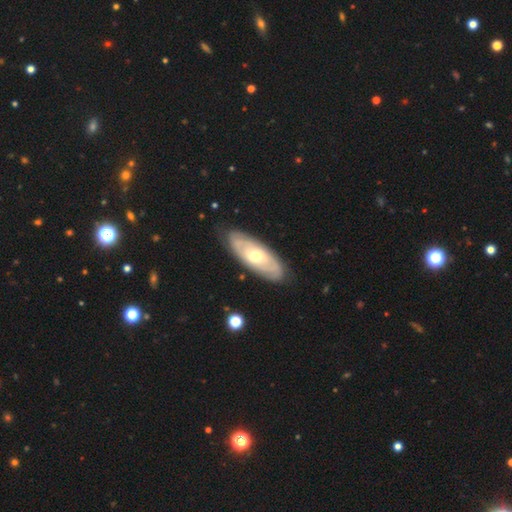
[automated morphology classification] Smooth or featured: featured or disk — 61% (smooth — 34%)
Edge-on disk: no — 81% (yes — 19%)
Merging: none — 83% (minor disturbance — 12%)